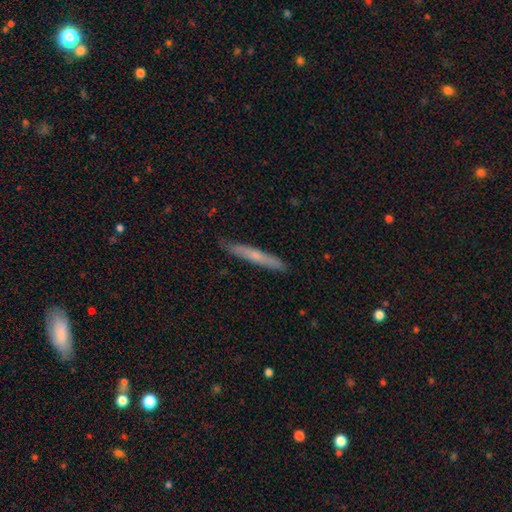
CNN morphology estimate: Smooth or featured: smooth — 52% (featured or disk — 42%)
How rounded: cigar-shaped — 95% (in between — 3%)
Merging: none — 86% (minor disturbance — 11%)